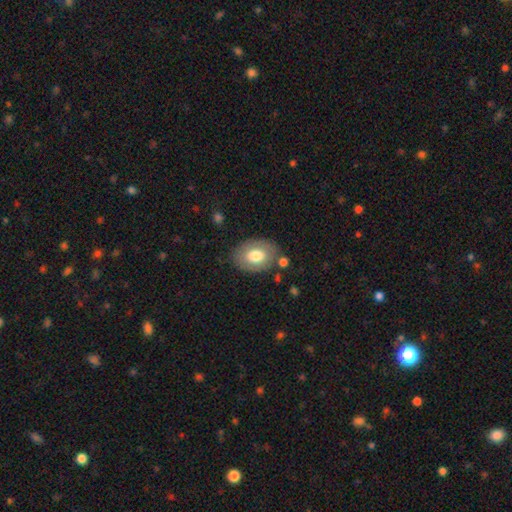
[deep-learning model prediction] smooth 70%, featured or disk 23%, star or artifact 7%. Down the decision tree: how rounded — in between (78%); merging — none (78%).